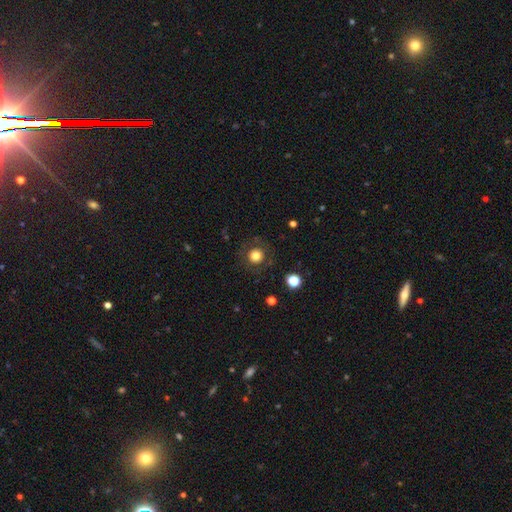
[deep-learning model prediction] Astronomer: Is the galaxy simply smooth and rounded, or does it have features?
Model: smooth — 76%.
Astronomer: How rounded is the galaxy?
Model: round — 94%.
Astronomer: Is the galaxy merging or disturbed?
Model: none — 85%.